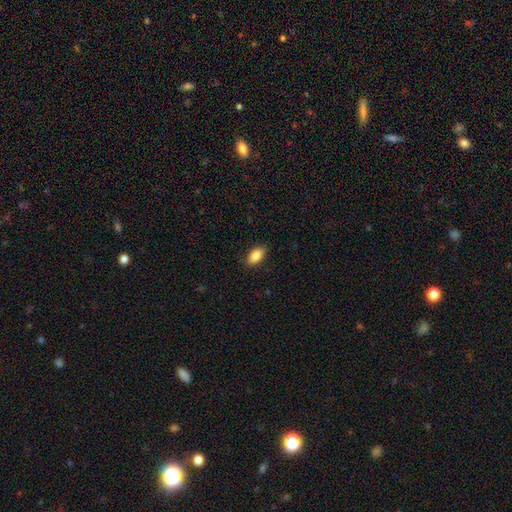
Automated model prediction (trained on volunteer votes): Smooth or featured: smooth — 87% (star or artifact — 7%)
How rounded: in between — 91% (cigar-shaped — 5%)
Merging: none — 87% (minor disturbance — 10%)